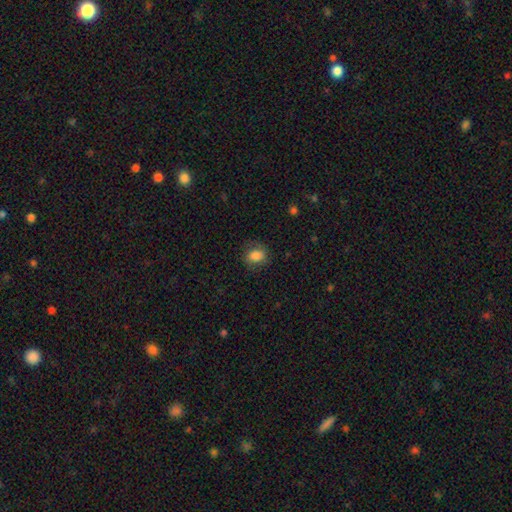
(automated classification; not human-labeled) Overall: smooth (80%). How rounded: in between (57%; round 42%). Merging: none (73%).